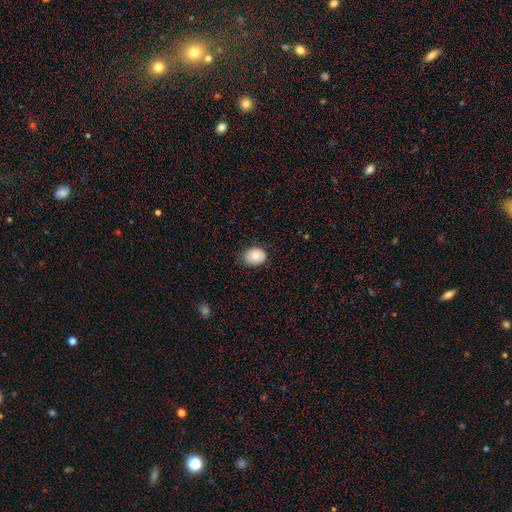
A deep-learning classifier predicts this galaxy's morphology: A smooth galaxy with no disk features (80%) that is in between round and cigar-shaped (59%). Merging: none (73%).